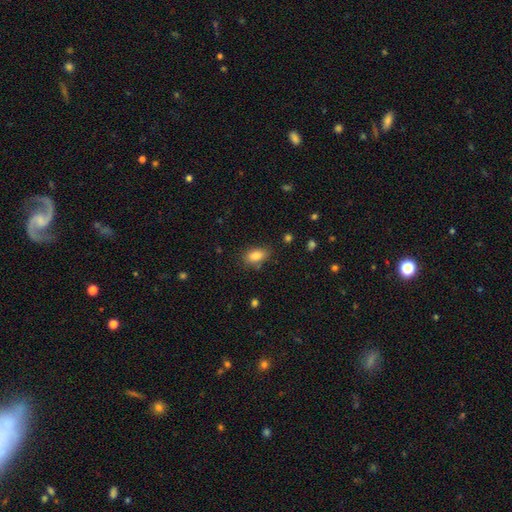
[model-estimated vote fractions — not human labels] smooth_or_featured: smooth (p=0.85) [alt: star or artifact p=0.08]
how_rounded: in between (p=0.89) [alt: round p=0.07]
merging: none (p=0.78) [alt: minor disturbance p=0.15]